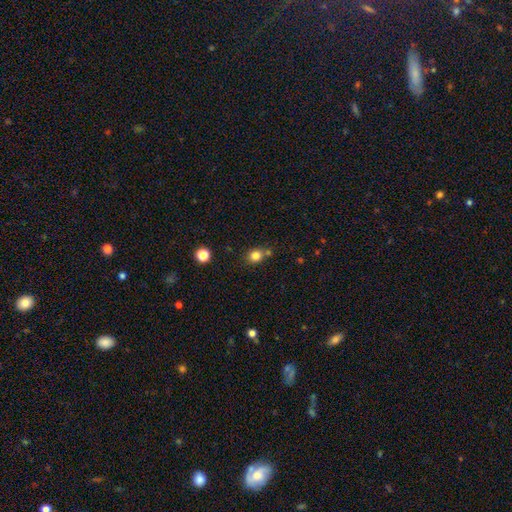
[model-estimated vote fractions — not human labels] smooth 81%, star or artifact 13%, featured or disk 6%. Down the decision tree: how rounded — round (77%); merging — none (65%).